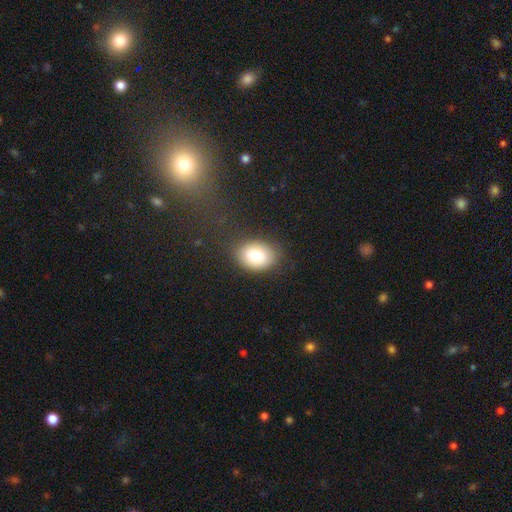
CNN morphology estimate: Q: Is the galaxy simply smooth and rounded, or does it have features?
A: smooth — 81%.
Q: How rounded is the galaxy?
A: in between — 75%.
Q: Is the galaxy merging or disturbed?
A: none — 82%.